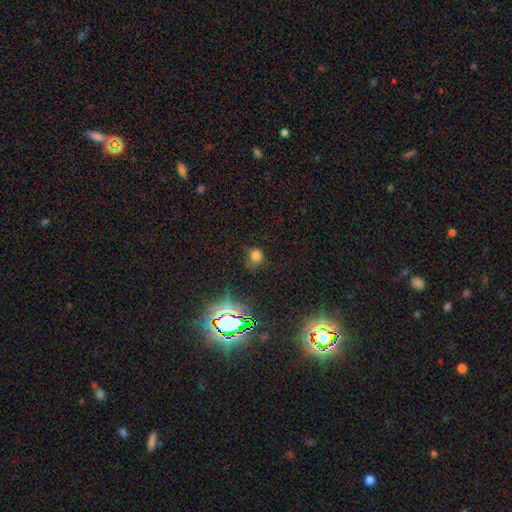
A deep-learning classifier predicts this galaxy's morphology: A smooth galaxy with no disk features (66%) that is round (79%).

Vote fractions:
- Smooth or featured? smooth: 66% / star or artifact: 26% / featured or disk: 8%
- How rounded? round: 79% / in between: 20% / cigar-shaped: 1%
- Merging? none: 58% / minor disturbance: 24% / major disturbance: 13% / merger: 5%